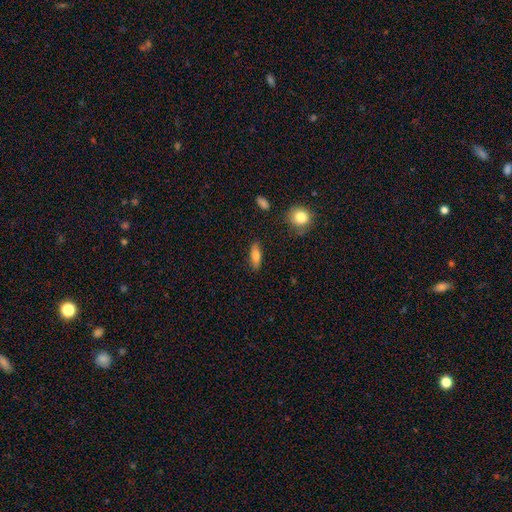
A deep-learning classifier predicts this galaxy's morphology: The model was most divided on "how rounded": in between: 64%, cigar-shaped: 32%, round: 3%. More confident: merging — none (85%); smooth or featured — smooth (76%).